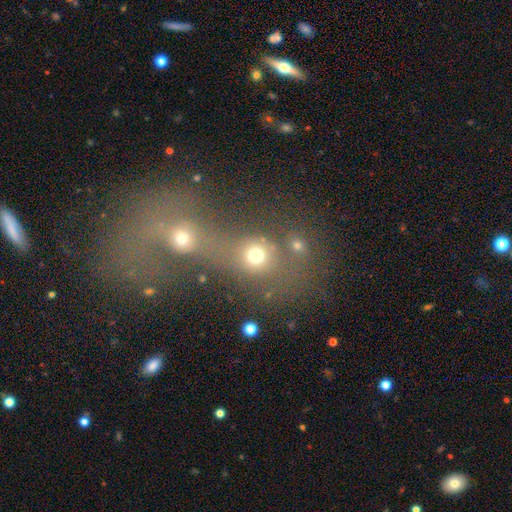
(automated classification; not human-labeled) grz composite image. It shows a smooth galaxy with no disk features (70%) that is round (76%). Merging: merger (47%).